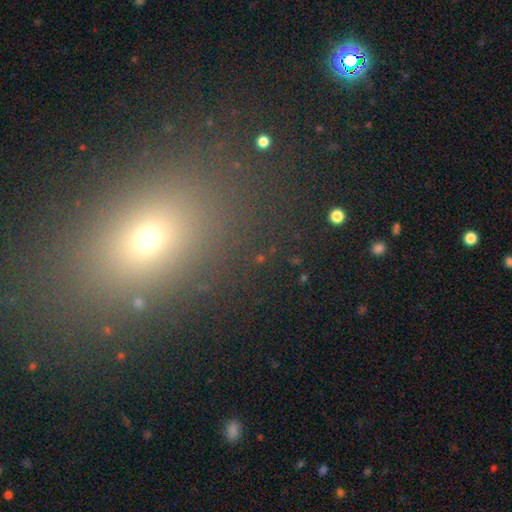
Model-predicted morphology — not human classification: The model was most divided on "smooth or featured": smooth: 49%, star or artifact: 39%, featured or disk: 12%. More confident: merging — none (82%).